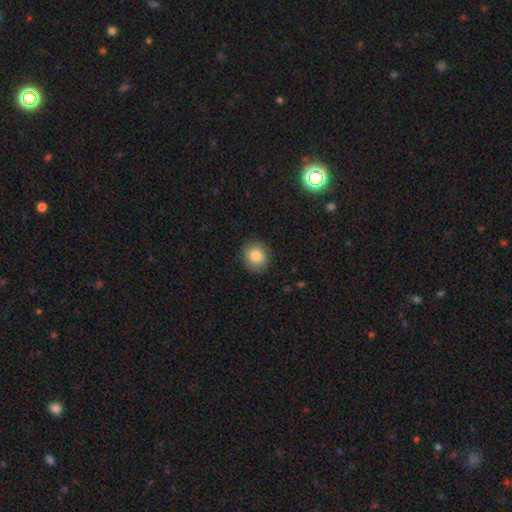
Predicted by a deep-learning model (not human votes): smooth-or-featured: smooth: 85% | star or artifact: 8% | featured or disk: 7%
  how-rounded: round: 76% | in between: 23% | cigar-shaped: 1%
  merging: none: 89% | minor disturbance: 8% | major disturbance: 2% | merger: 1%